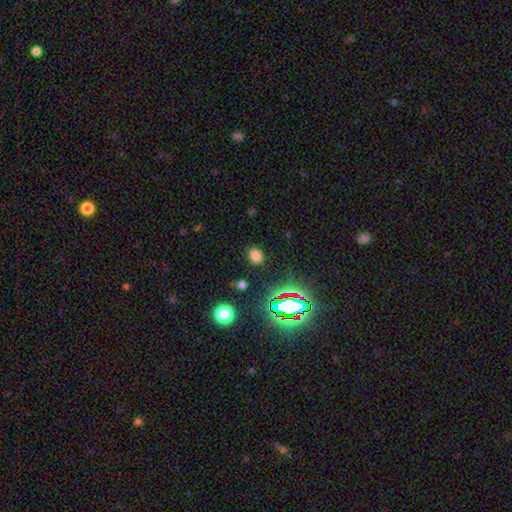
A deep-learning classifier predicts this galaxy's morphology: A smooth galaxy with no disk features (71%) that is in between round and cigar-shaped (67%).

Vote fractions:
- Smooth or featured? smooth: 71% / star or artifact: 23% / featured or disk: 6%
- How rounded? in between: 67% / round: 32% / cigar-shaped: 1%
- Merging? none: 85% / minor disturbance: 10% / major disturbance: 3% / merger: 2%